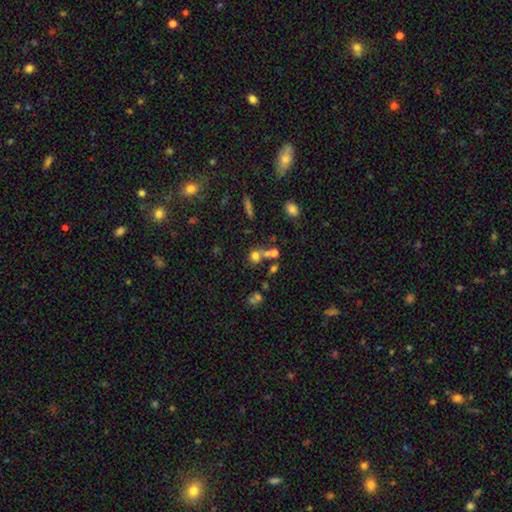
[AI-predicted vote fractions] smooth 66%, star or artifact 18%, featured or disk 15%. Down the decision tree: how rounded — round (77%); merging — merger (44%).